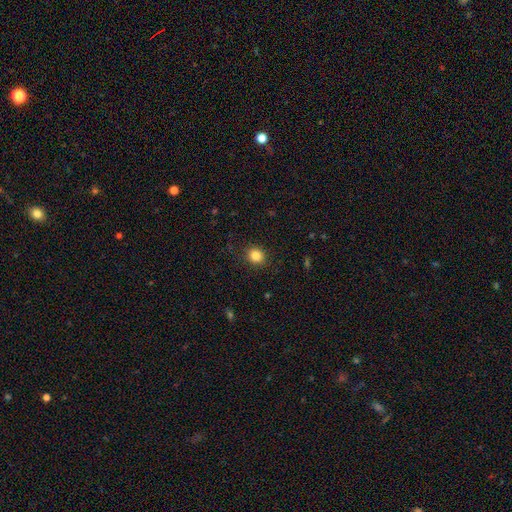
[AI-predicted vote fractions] This is clearly a smooth galaxy (84%). How rounded: clearly round (80%). Merging: clearly none (89%).